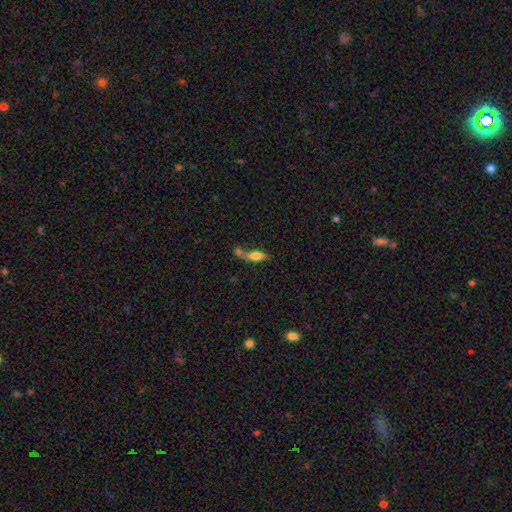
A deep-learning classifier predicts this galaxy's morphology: smooth 68%, featured or disk 23%, star or artifact 9%. Down the decision tree: how rounded — in between (69%); merging — merger (46%).